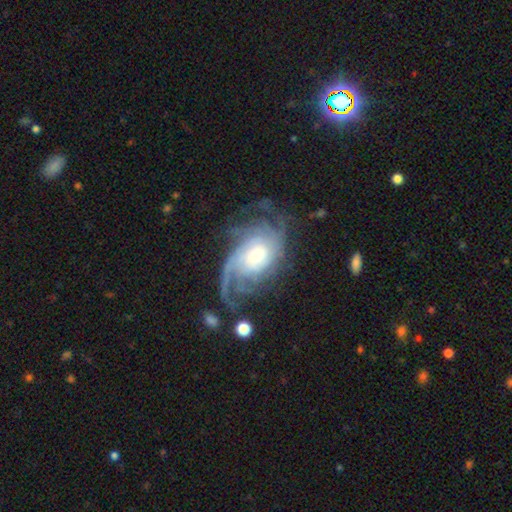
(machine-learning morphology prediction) Smooth or featured? Predicted: featured or disk (p=0.85). Edge-on disk? Predicted: no (p=0.96). Bar? Predicted: no (p=0.74). Spiral arms? Predicted: yes (p=0.95). Spiral winding? Predicted: tight (p=0.44). Spiral arm count? Predicted: can't tell (p=0.30). Bulge size? Predicted: small (p=0.45). Merging? Predicted: none (p=0.56).